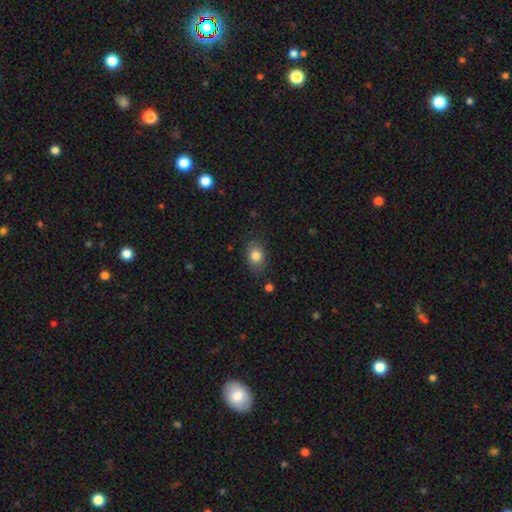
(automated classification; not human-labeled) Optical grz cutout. It shows a smooth galaxy with no disk features (81%) that is in between round and cigar-shaped (71%). Merging: none (80%).